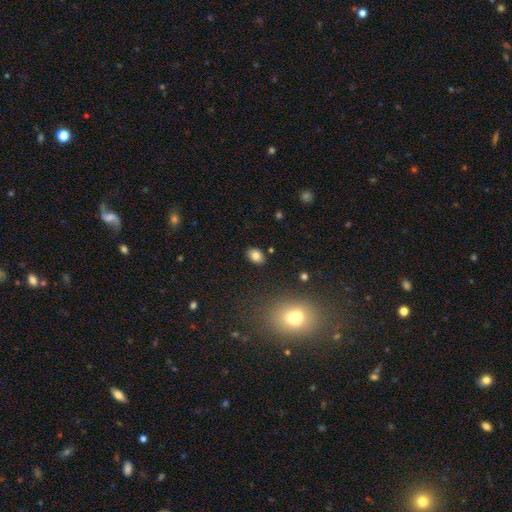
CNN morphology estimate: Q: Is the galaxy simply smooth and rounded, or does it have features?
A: smooth — 82%.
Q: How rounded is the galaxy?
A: in between — 77%.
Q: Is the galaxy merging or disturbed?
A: none — 86%.